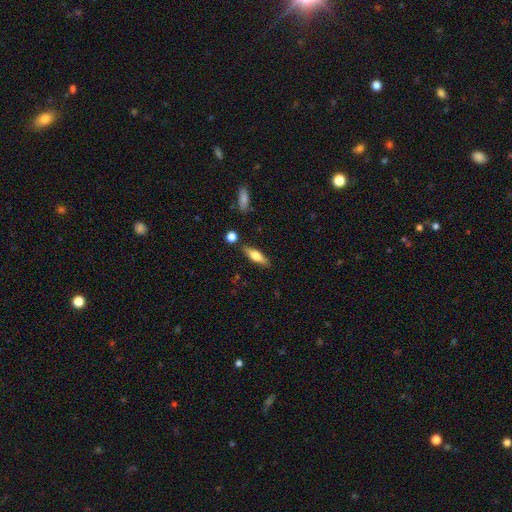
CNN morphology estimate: Smooth or featured? Predicted: smooth (p=0.53). How rounded? Predicted: cigar-shaped (p=0.53). Merging? Predicted: none (p=0.83).